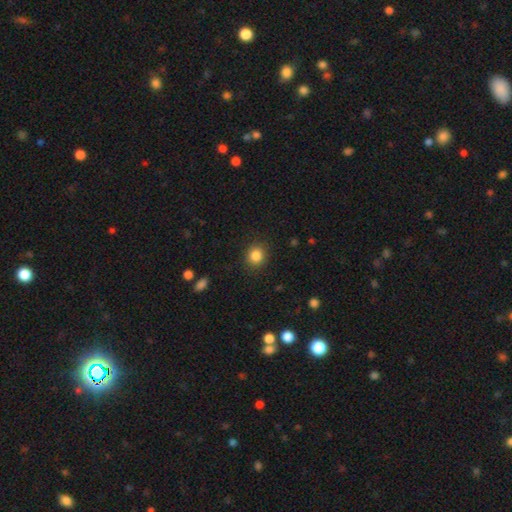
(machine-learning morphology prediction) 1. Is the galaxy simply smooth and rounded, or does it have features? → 85% smooth, 11% star or artifact, 4% featured or disk.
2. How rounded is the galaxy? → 83% round, 16% in between, 1% cigar-shaped.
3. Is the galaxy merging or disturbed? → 89% none, 7% minor disturbance, 3% major disturbance, 1% merger.